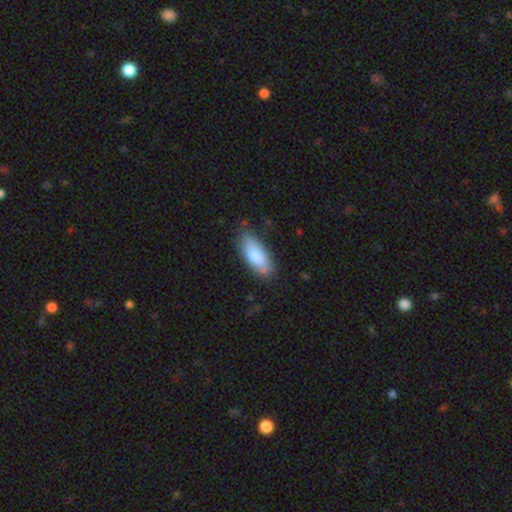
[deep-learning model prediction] A smooth galaxy with no disk features (78%) that is in between round and cigar-shaped (81%). Merging: none (78%).